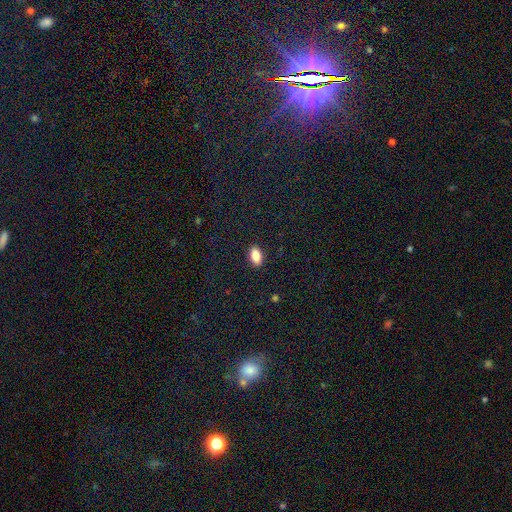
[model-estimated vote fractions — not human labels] A smooth galaxy with no disk features (85%) that is in between round and cigar-shaped (91%).

Vote fractions:
- Smooth or featured? smooth: 85% / star or artifact: 8% / featured or disk: 7%
- How rounded? in between: 91% / cigar-shaped: 5% / round: 5%
- Merging? none: 90% / minor disturbance: 8% / major disturbance: 2% / merger: 1%